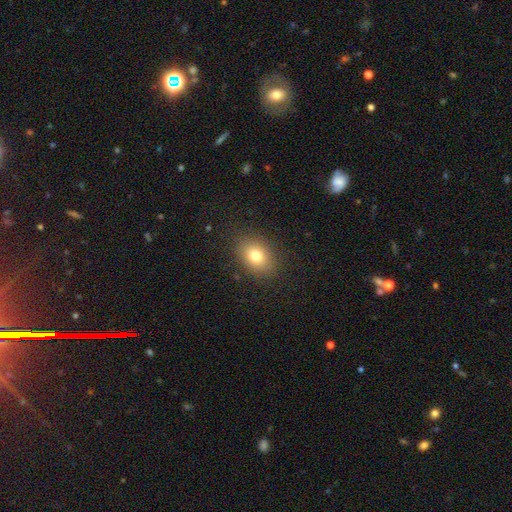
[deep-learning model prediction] smooth 77%, star or artifact 12%, featured or disk 11%. Down the decision tree: how rounded — in between (66%); merging — none (86%).